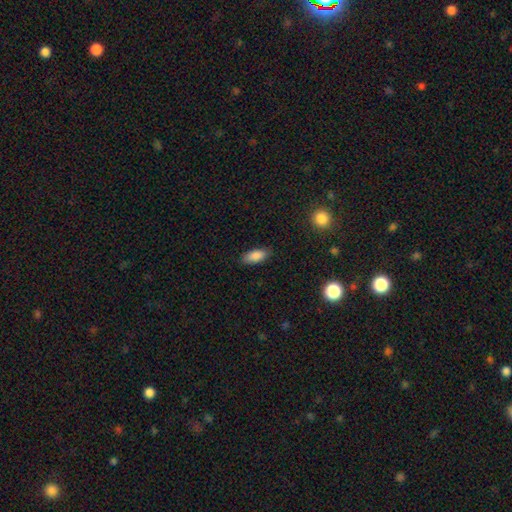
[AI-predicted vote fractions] Smooth or featured: smooth — 87% (star or artifact — 7%)
How rounded: in between — 87% (cigar-shaped — 10%)
Merging: none — 85% (minor disturbance — 11%)